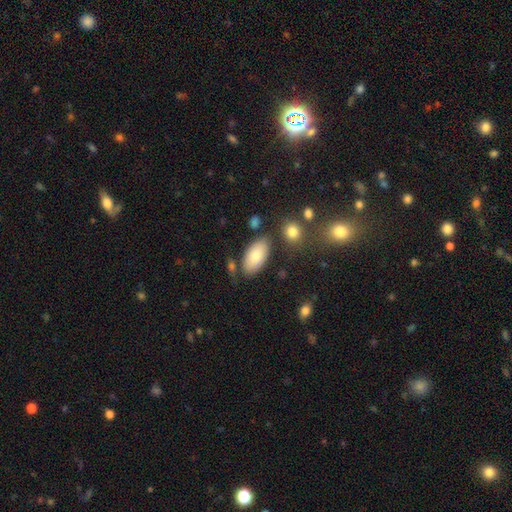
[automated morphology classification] Overall: smooth (79%). How rounded: in between (94%). Merging: none (76%).